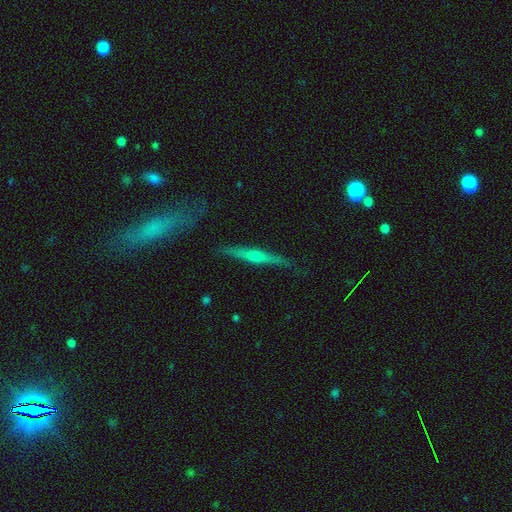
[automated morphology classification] Smooth or featured? featured or disk (74%)
Edge-on disk? yes (97%)
Edge-on bulge? rounded (81%)
Merging? none (86%)